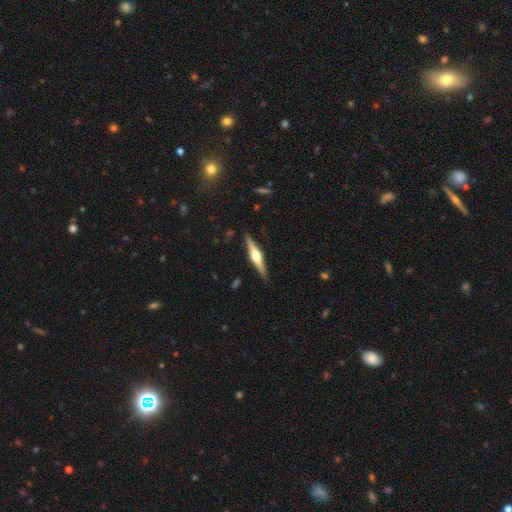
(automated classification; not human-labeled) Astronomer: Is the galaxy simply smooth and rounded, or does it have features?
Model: featured or disk — 76%.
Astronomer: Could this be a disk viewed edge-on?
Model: yes — 98%.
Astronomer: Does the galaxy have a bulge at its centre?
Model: rounded — 95%.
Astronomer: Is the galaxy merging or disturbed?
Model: none — 90%.